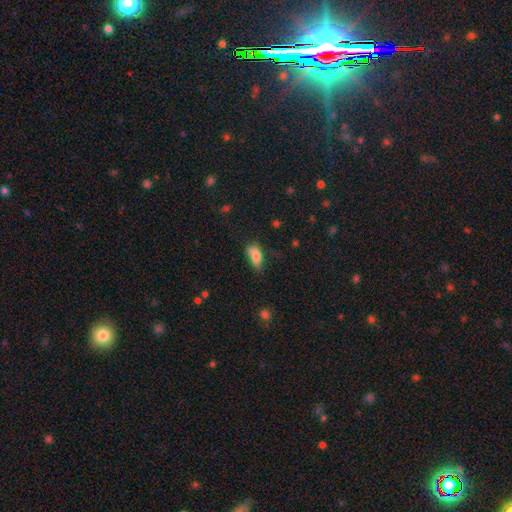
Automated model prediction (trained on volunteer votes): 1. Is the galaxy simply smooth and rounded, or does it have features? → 76% smooth, 14% featured or disk, 10% star or artifact.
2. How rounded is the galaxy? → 85% in between, 10% cigar-shaped, 5% round.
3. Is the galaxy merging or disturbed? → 37% none, 34% minor disturbance, 20% major disturbance, 9% merger.